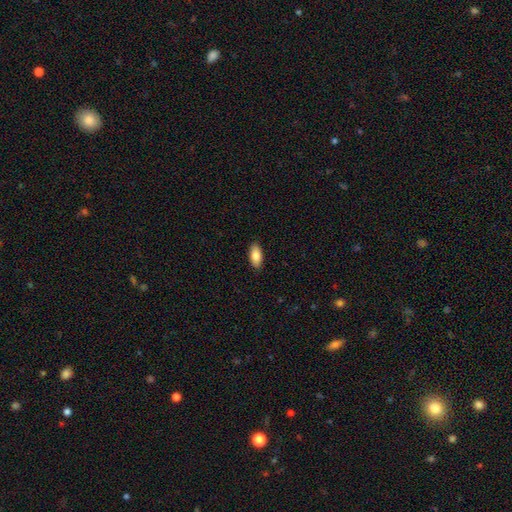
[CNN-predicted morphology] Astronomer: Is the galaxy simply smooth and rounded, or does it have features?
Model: smooth — 85%.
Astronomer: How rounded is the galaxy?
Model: in between — 90%.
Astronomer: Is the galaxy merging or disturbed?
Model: none — 89%.